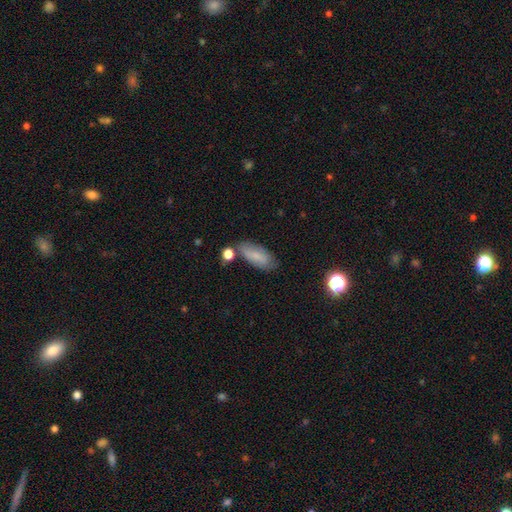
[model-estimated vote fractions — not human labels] Overall: smooth (73%). How rounded: in between (81%). Merging: none (71%).